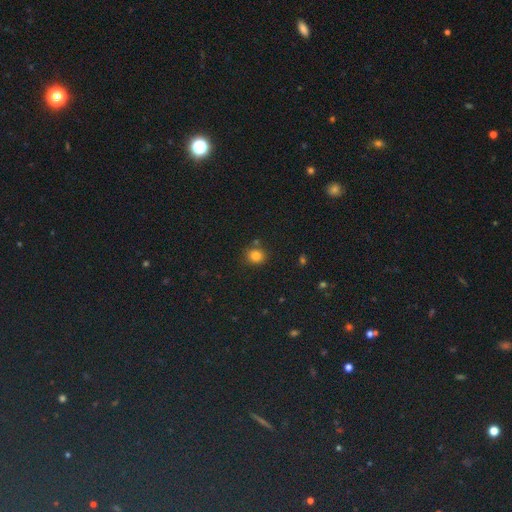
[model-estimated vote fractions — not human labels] Q: Smooth or featured?
A: smooth (82%); runner-up: star or artifact (13%)
Q: How rounded?
A: round (82%); runner-up: in between (18%)
Q: Merging?
A: none (79%); runner-up: minor disturbance (11%)